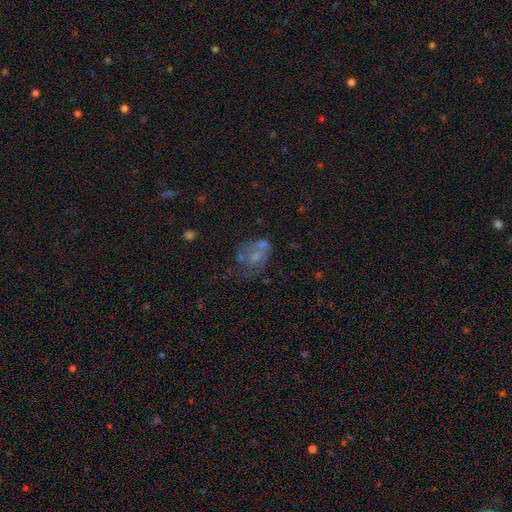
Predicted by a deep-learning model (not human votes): Smooth or featured?
  - smooth: 44% *
  - featured or disk: 42%
  - star or artifact: 13%
Merging?
  - major disturbance: 29% *
  - none: 28%
  - merger: 24%
  - minor disturbance: 19%